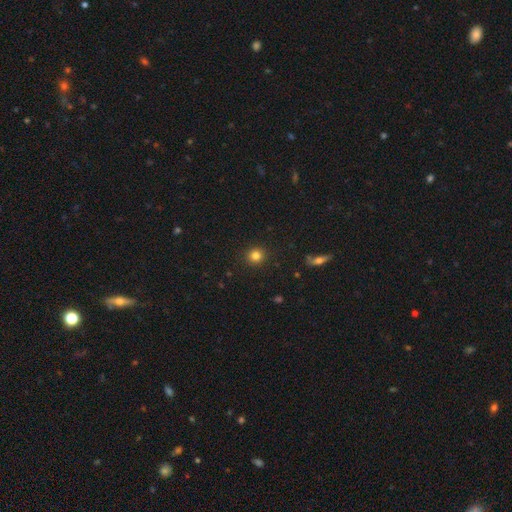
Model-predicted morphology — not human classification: type=smooth (82%); roundness=round (90%); merging=none (91%).